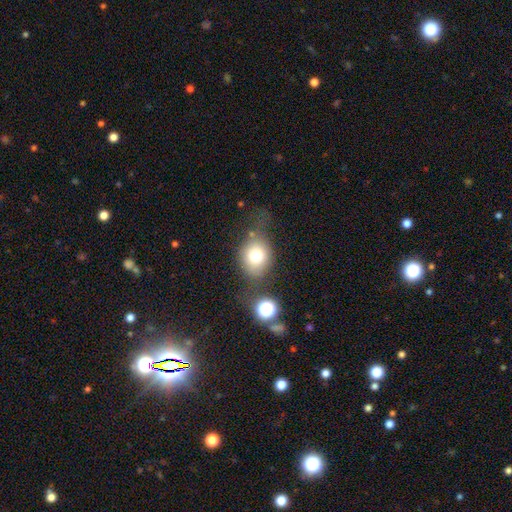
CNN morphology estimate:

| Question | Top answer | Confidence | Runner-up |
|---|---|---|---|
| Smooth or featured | smooth | 73% | featured or disk (14%) |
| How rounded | round | 63% | in between (36%) |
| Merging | none | 59% | minor disturbance (21%) |